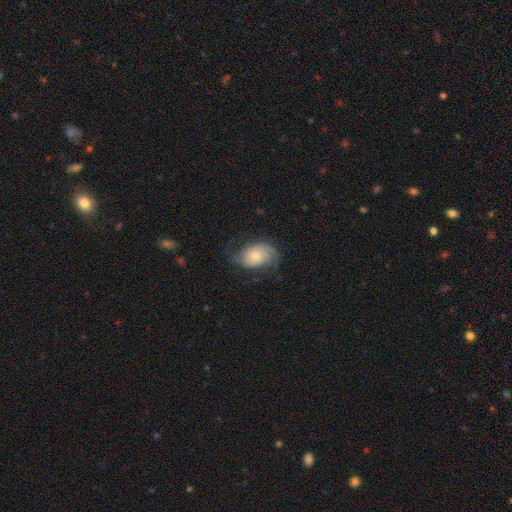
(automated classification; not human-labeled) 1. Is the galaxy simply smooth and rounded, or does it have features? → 60% featured or disk, 33% smooth, 7% star or artifact.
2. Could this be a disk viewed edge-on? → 96% no, 4% yes.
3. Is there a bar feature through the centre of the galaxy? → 72% no, 24% weak, 4% strong.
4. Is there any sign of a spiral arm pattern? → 89% yes, 11% no.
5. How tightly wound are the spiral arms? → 39% medium, 37% loose, 25% tight.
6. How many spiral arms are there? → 68% 2, 14% can't tell, 10% 1, 4% 3, 2% 4, 2% more than 4.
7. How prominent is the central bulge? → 46% moderate, 42% small, 7% large, 3% none, 2% dominant.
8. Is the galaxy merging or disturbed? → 57% none, 24% minor disturbance, 18% major disturbance, 1% merger.